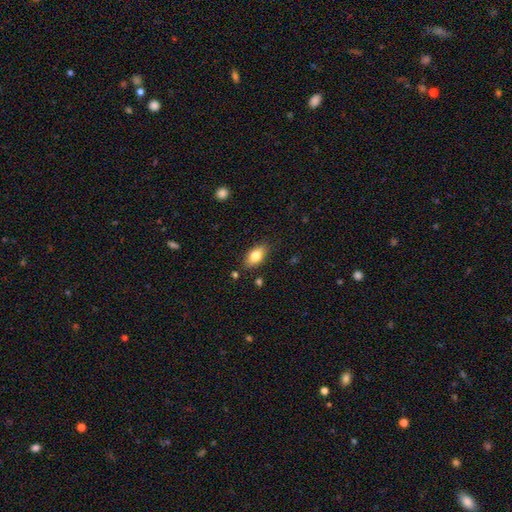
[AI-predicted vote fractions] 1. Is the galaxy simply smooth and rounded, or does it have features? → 79% smooth, 13% featured or disk, 7% star or artifact.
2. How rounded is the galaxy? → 88% in between, 6% cigar-shaped, 6% round.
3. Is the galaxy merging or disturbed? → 83% none, 12% minor disturbance, 3% major disturbance, 2% merger.